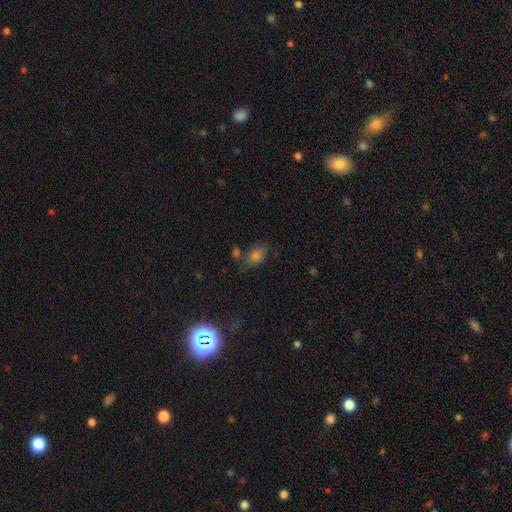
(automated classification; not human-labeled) A smooth galaxy with no disk features (62%) that is in between round and cigar-shaped (78%). Merging: none (66%).